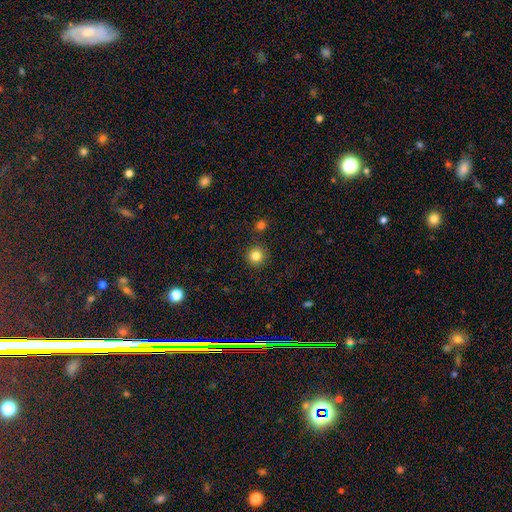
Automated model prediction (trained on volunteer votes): Overall: smooth (83%). How rounded: round (95%). Merging: none (89%).